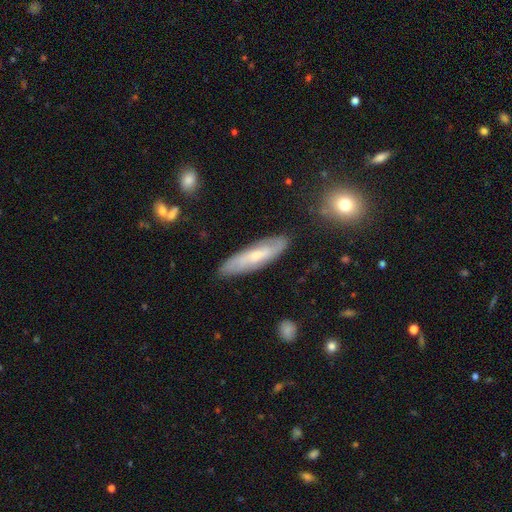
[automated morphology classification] Overall: featured or disk (53%; smooth 40%). Edge-on disk: no (66%; yes 34%). Merging: none (82%).